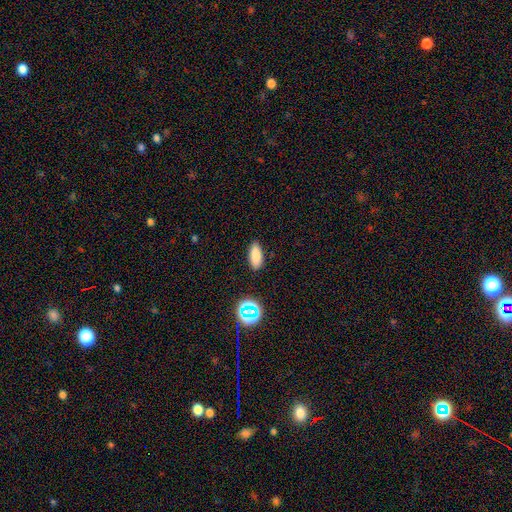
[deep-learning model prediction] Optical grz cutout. It shows a smooth galaxy with no disk features (81%) that is in between round and cigar-shaped (77%). Merging: none (87%).